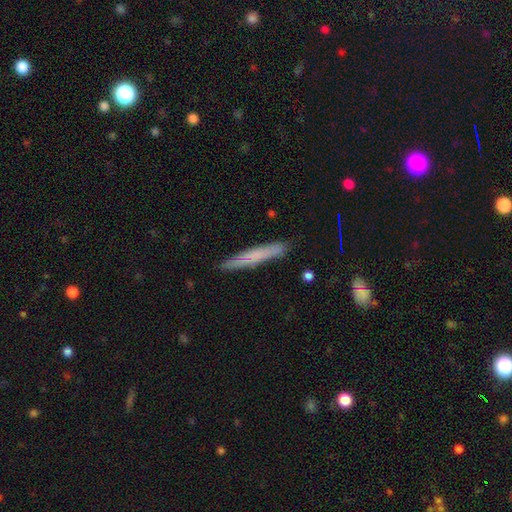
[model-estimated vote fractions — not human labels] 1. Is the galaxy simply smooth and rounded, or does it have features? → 60% smooth, 34% featured or disk, 6% star or artifact.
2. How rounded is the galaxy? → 96% cigar-shaped, 3% in between, 1% round.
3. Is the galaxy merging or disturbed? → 87% none, 10% minor disturbance, 2% major disturbance, 1% merger.